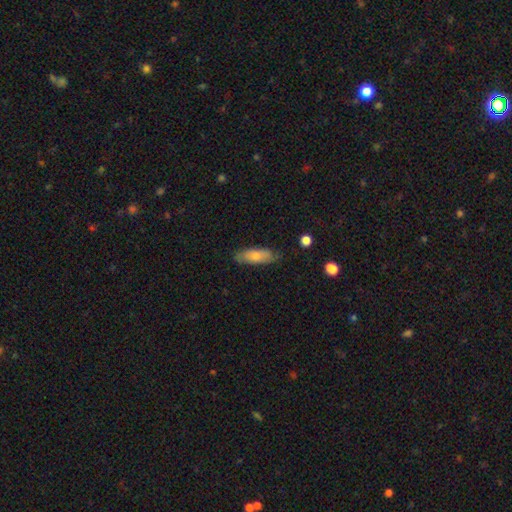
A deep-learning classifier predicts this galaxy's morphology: Smooth or featured? smooth (70%)
How rounded? in between (64%)
Merging? none (76%)